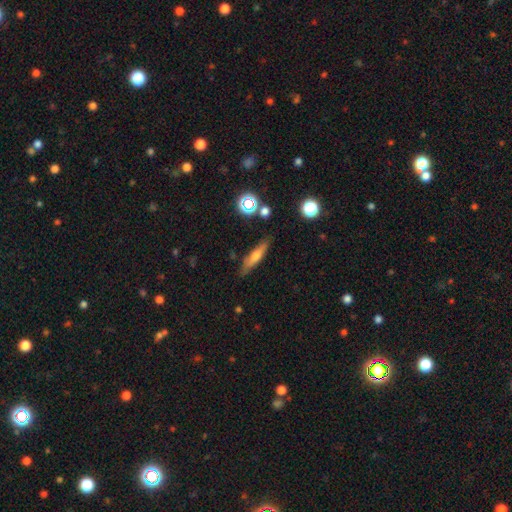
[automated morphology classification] A smooth galaxy with no disk features (54%) that is cigar-shaped (78%).

Vote fractions:
- Smooth or featured? smooth: 54% / featured or disk: 36% / star or artifact: 10%
- How rounded? cigar-shaped: 78% / in between: 19% / round: 3%
- Merging? none: 83% / minor disturbance: 12% / major disturbance: 3% / merger: 2%